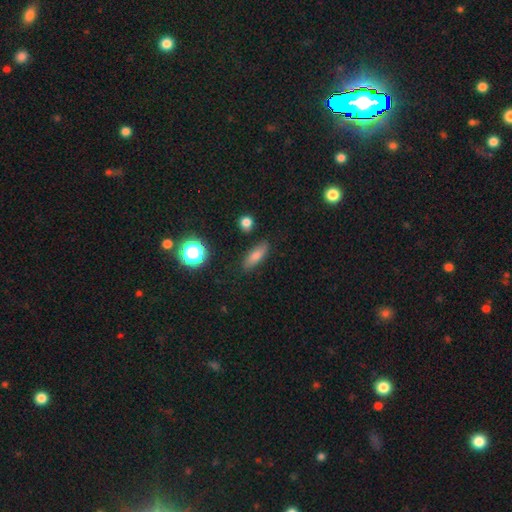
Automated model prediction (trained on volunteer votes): Smooth or featured: smooth — 72% (featured or disk — 17%)
How rounded: in between — 52% (cigar-shaped — 40%)
Merging: none — 85% (minor disturbance — 11%)